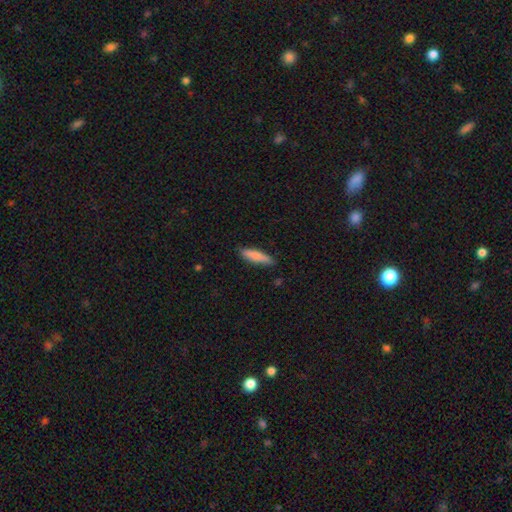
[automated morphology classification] smooth 81%, featured or disk 13%, star or artifact 6%. Down the decision tree: how rounded — cigar-shaped (79%); merging — none (85%).